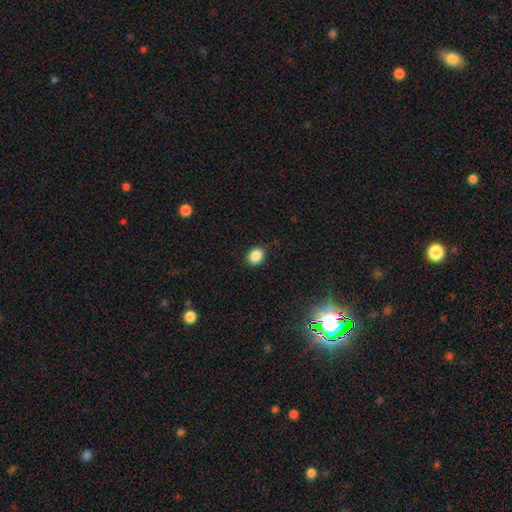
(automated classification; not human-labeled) This is clearly a smooth galaxy (87%). How rounded: possibly round (53%). Merging: clearly none (89%).